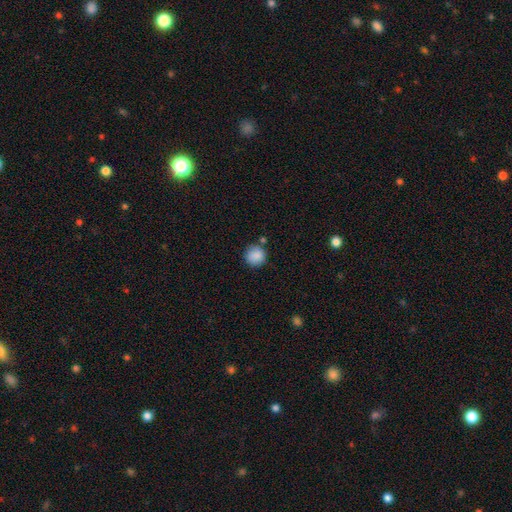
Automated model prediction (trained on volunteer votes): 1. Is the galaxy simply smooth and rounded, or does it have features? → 87% smooth, 8% star or artifact, 4% featured or disk.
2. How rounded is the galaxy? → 92% round, 7% in between, 1% cigar-shaped.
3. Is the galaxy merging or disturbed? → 78% none, 12% minor disturbance, 7% merger, 3% major disturbance.